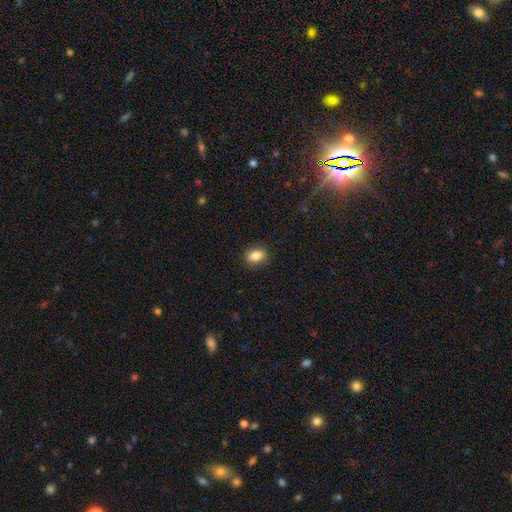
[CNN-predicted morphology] Q: Smooth or featured?
A: smooth (85%); runner-up: star or artifact (9%)
Q: How rounded?
A: in between (63%); runner-up: round (36%)
Q: Merging?
A: none (88%); runner-up: minor disturbance (9%)